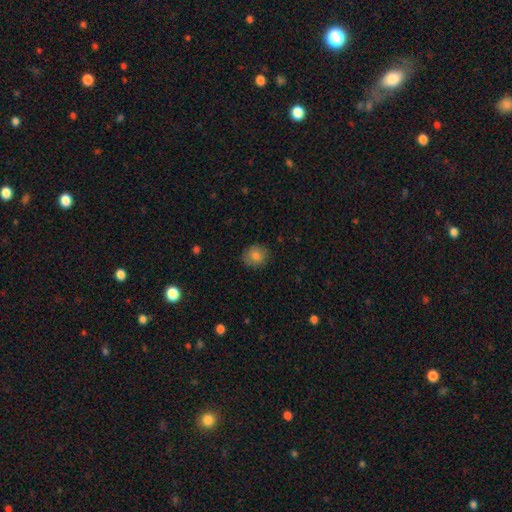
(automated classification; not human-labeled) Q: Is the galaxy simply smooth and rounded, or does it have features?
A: smooth — 83%.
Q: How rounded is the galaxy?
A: round — 78%.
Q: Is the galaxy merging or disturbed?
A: none — 86%.